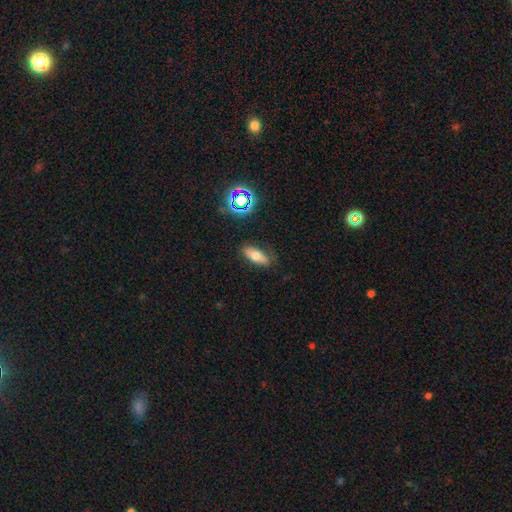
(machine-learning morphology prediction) smooth_or_featured: smooth (p=0.65) [alt: featured or disk p=0.23]
how_rounded: in between (p=0.73) [alt: cigar-shaped p=0.23]
merging: none (p=0.80) [alt: minor disturbance p=0.14]